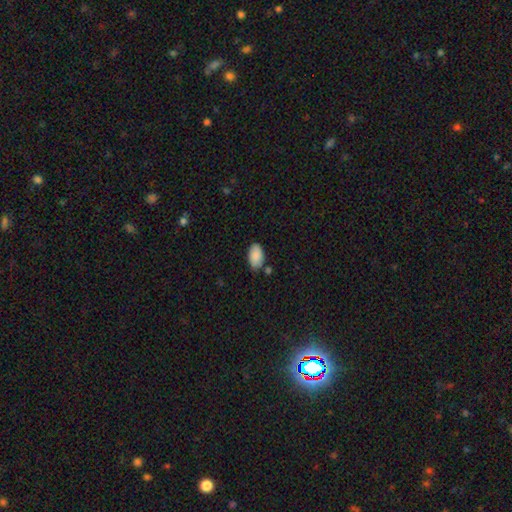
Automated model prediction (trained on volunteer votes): A smooth galaxy with no disk features (88%) that is in between round and cigar-shaped (94%).

Vote fractions:
- Smooth or featured? smooth: 88% / star or artifact: 7% / featured or disk: 5%
- How rounded? in between: 94% / round: 4% / cigar-shaped: 1%
- Merging? none: 72% / minor disturbance: 18% / merger: 6% / major disturbance: 3%